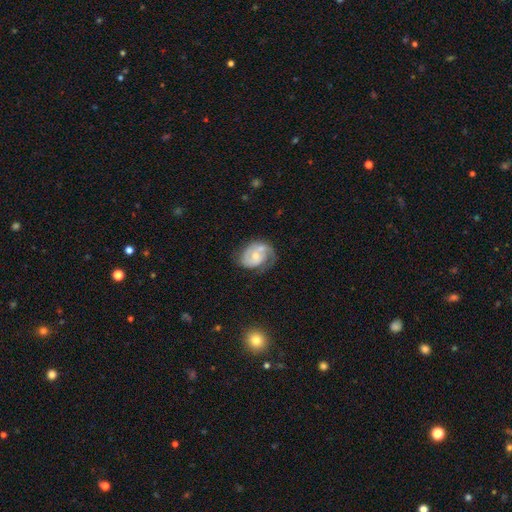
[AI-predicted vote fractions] Smooth or featured? featured or disk (70%)
Edge-on disk? no (98%)
Bar? no (64%)
Spiral arms? yes (87%)
Spiral winding? medium (41%)
Spiral arm count? 2 (49%)
Bulge size? small (47%)
Merging? none (46%)